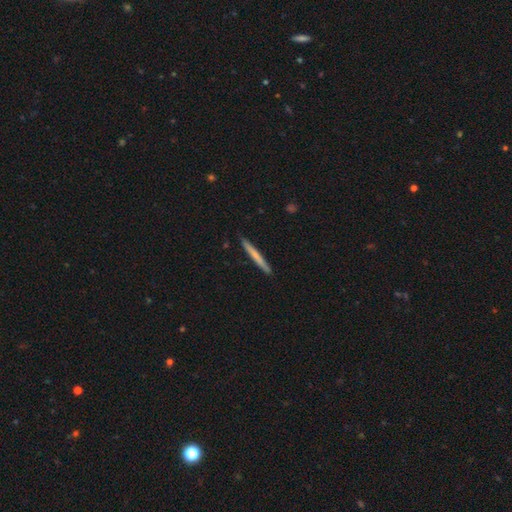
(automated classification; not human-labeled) Smooth or featured?
  - smooth: 63% *
  - featured or disk: 32%
  - star or artifact: 5%
How rounded?
  - cigar-shaped: 97% *
  - in between: 2%
  - round: 1%
Merging?
  - none: 91% *
  - minor disturbance: 6%
  - major disturbance: 1%
  - merger: 1%